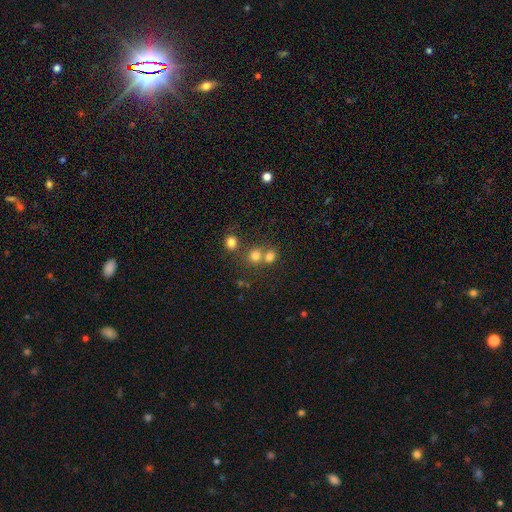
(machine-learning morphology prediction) The model was most divided on "merging": none: 47%, merger: 44%, minor disturbance: 6%, major disturbance: 3%. More confident: how rounded — round (80%); smooth or featured — smooth (74%).